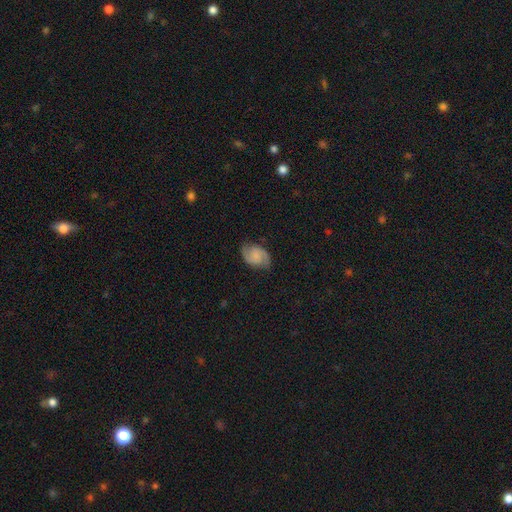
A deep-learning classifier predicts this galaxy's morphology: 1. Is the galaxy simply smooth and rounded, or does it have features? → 65% featured or disk, 27% smooth, 8% star or artifact.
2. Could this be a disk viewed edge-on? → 97% no, 3% yes.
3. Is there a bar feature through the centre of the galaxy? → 56% no, 36% weak, 7% strong.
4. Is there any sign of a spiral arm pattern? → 94% yes, 6% no.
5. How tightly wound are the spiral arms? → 49% medium, 26% loose, 25% tight.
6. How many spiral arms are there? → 90% 2, 5% can't tell, 2% 1, 1% 3, 1% 4, 1% more than 4.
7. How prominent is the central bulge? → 46% none, 30% small, 17% moderate, 5% large, 2% dominant.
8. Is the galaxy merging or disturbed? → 78% none, 16% minor disturbance, 5% major disturbance, 1% merger.